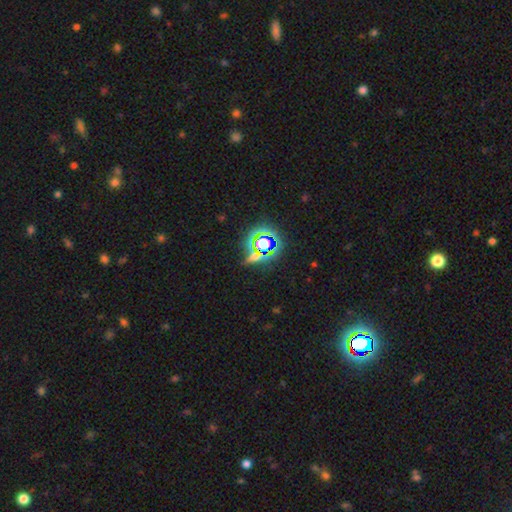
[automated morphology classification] Smooth or featured? star or artifact (61%)